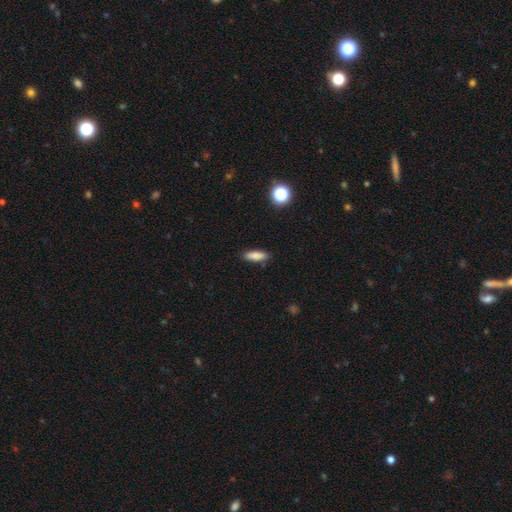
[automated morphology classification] type=smooth (84%); roundness=in between (52%); merging=none (88%).